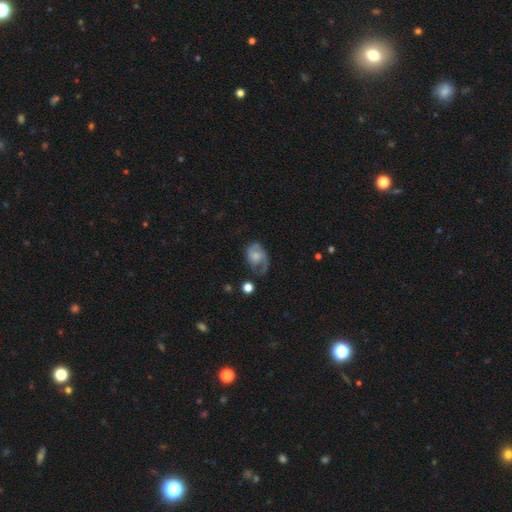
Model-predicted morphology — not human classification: This appears to be a featured or disk galaxy (67%) with no bar (66%), 2 (69%) medium (47%) spiral arms (90%) and a small central bulge (37%). Merging: none (51%).